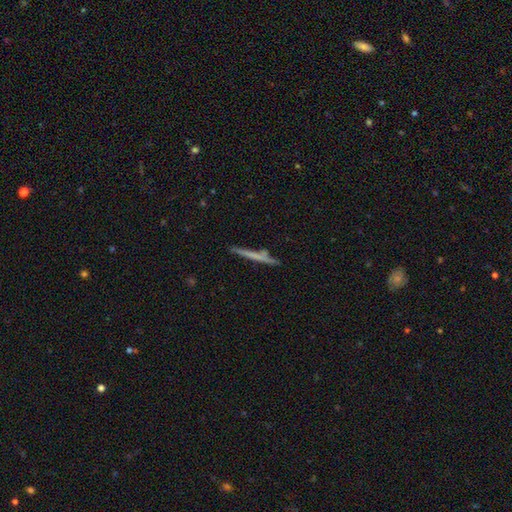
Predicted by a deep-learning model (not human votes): A smooth galaxy with no disk features (49%). Merging: none (83%).